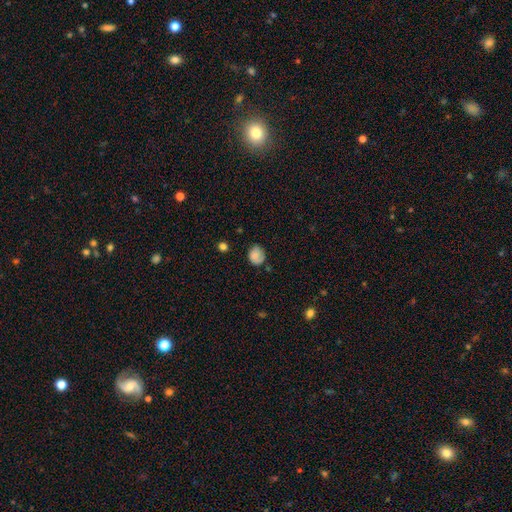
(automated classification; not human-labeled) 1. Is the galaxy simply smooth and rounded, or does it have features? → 75% smooth, 16% featured or disk, 9% star or artifact.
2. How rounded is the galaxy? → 60% round, 39% in between, 1% cigar-shaped.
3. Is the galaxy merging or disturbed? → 66% none, 24% minor disturbance, 7% major disturbance, 2% merger.